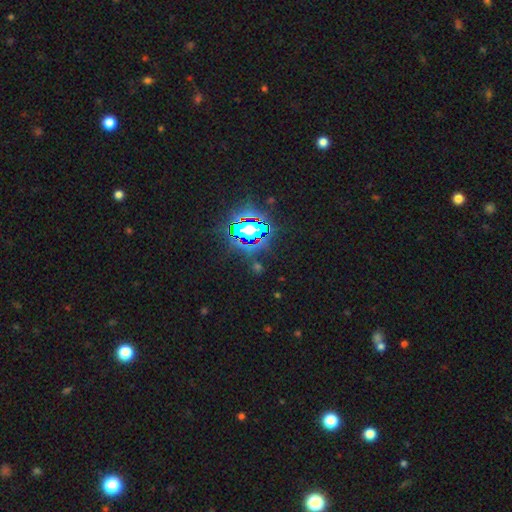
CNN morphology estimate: Smooth or featured?
  - star or artifact: 85% *
  - smooth: 9%
  - featured or disk: 6%